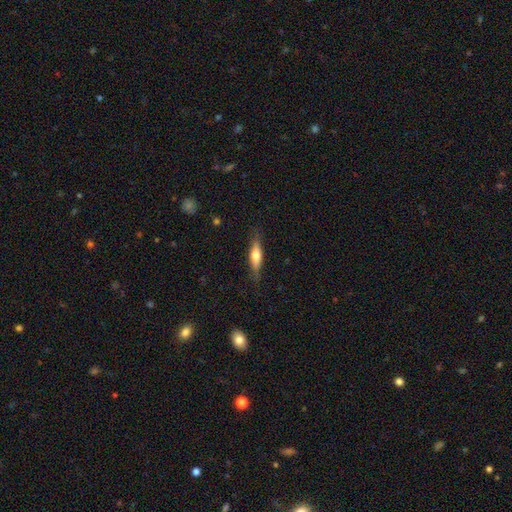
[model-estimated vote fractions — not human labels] This appears to be a smooth galaxy with no disk features (52%) that is cigar-shaped (68%). Merging: none (81%).